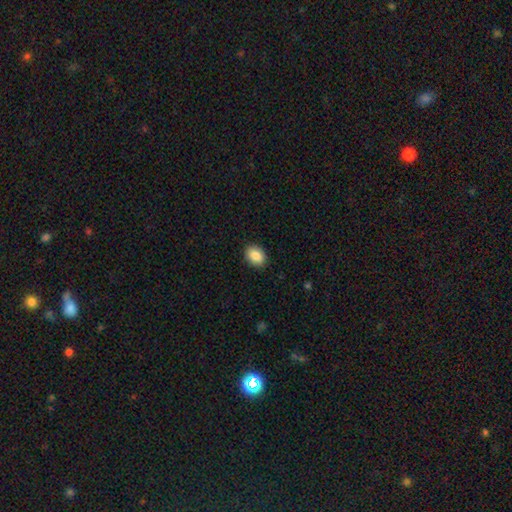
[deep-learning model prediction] This is clearly a smooth galaxy (87%). How rounded: likely in between (70%). Merging: clearly none (90%).